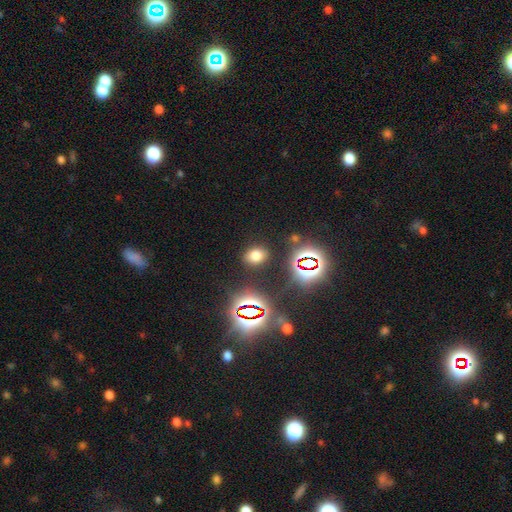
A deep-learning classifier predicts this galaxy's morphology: Smooth or featured? Predicted: smooth (p=0.65). How rounded? Predicted: in between (p=0.58). Merging? Predicted: none (p=0.86).